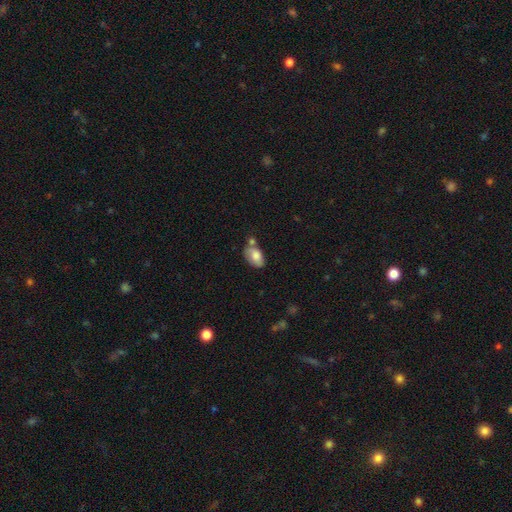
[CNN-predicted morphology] Q: Smooth or featured?
A: smooth (76%); runner-up: featured or disk (17%)
Q: How rounded?
A: in between (92%); runner-up: round (7%)
Q: Merging?
A: none (47%); runner-up: merger (23%)